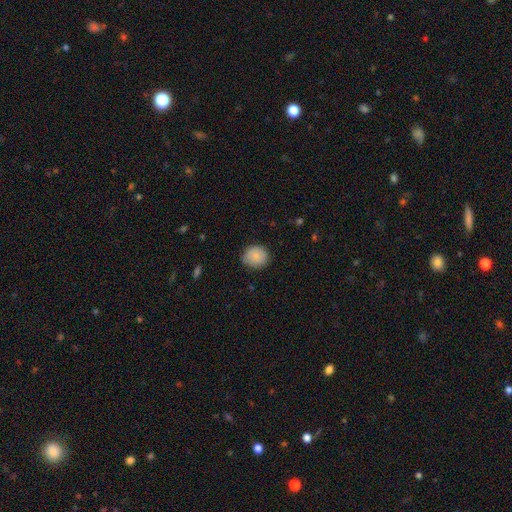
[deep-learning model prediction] Smooth or featured?
  - smooth: 85% *
  - star or artifact: 8%
  - featured or disk: 7%
How rounded?
  - round: 76% *
  - in between: 23%
  - cigar-shaped: 1%
Merging?
  - none: 81% *
  - minor disturbance: 15%
  - major disturbance: 3%
  - merger: 1%